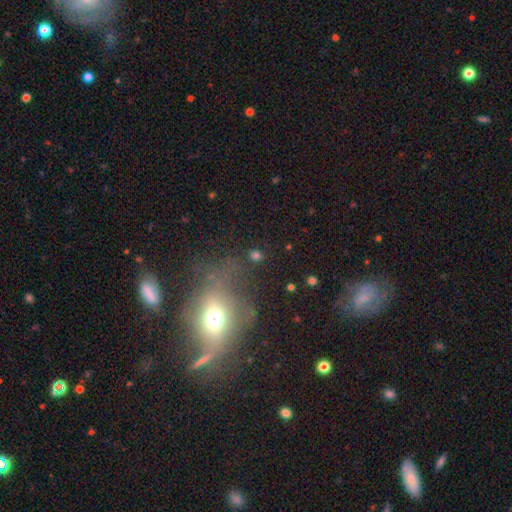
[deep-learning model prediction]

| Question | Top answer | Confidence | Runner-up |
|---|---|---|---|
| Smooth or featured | smooth | 63% | star or artifact (23%) |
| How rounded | round | 61% | in between (36%) |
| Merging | none | 71% | minor disturbance (12%) |